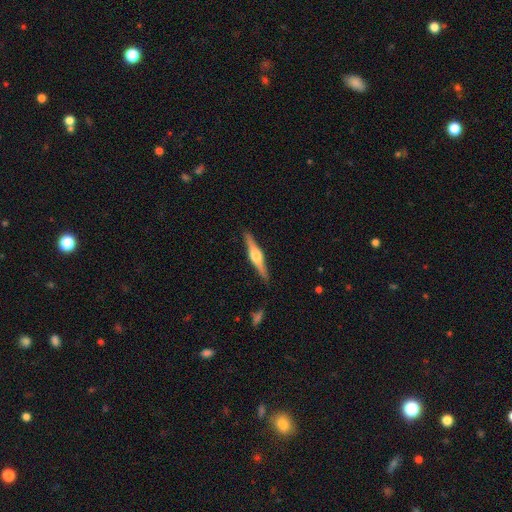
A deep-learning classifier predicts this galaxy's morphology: Overall: featured or disk (72%). Edge-on disk: yes (98%). Edge-on bulge: rounded (91%). Merging: none (90%).